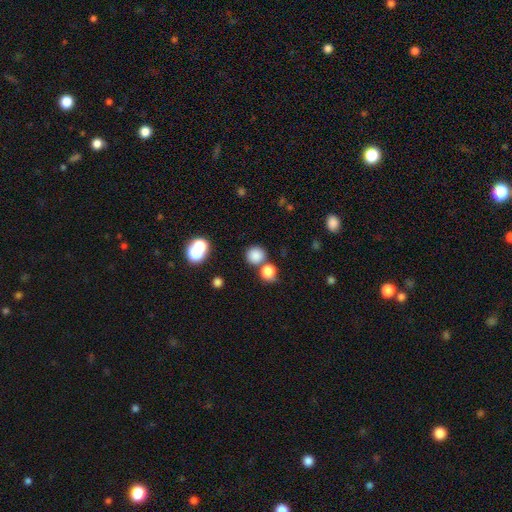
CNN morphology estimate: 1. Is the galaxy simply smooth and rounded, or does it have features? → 82% smooth, 12% star or artifact, 5% featured or disk.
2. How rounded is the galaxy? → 90% round, 9% in between, 1% cigar-shaped.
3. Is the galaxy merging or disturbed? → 68% none, 20% merger, 8% minor disturbance, 3% major disturbance.